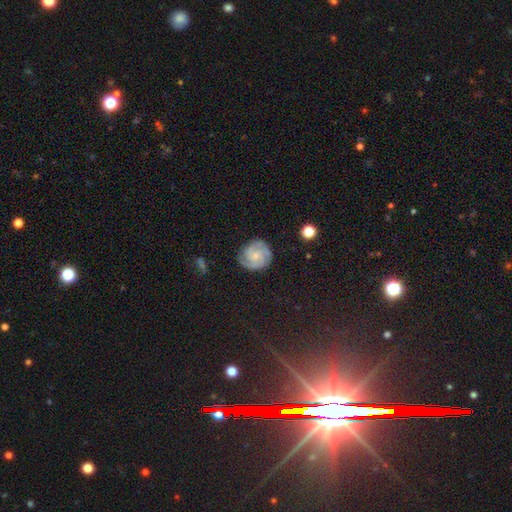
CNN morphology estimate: smooth_or_featured: featured or disk (p=0.82) [alt: smooth p=0.11]
disk_edge_on: no (p=0.98) [alt: yes p=0.02]
bar: no (p=0.72) [alt: weak p=0.24]
has_spiral_arms: yes (p=0.98) [alt: no p=0.02]
spiral_winding: tight (p=0.66) [alt: medium p=0.30]
spiral_arm_count: 3 (p=0.48) [alt: 2 p=0.21]
bulge_size: small (p=0.65) [alt: moderate p=0.23]
merging: none (p=0.81) [alt: minor disturbance p=0.14]